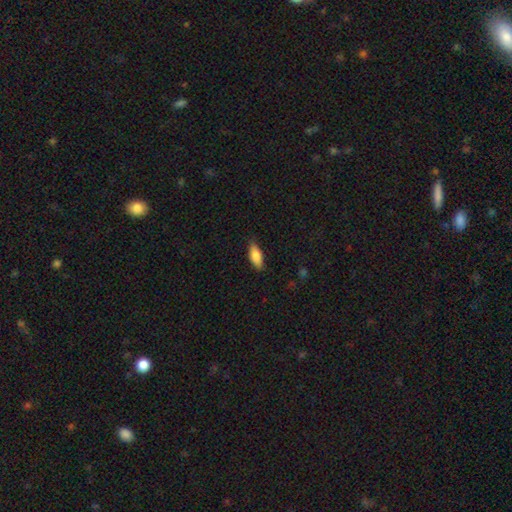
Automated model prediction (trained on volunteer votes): smooth 81%, featured or disk 13%, star or artifact 6%. Down the decision tree: how rounded — in between (77%); merging — none (81%).